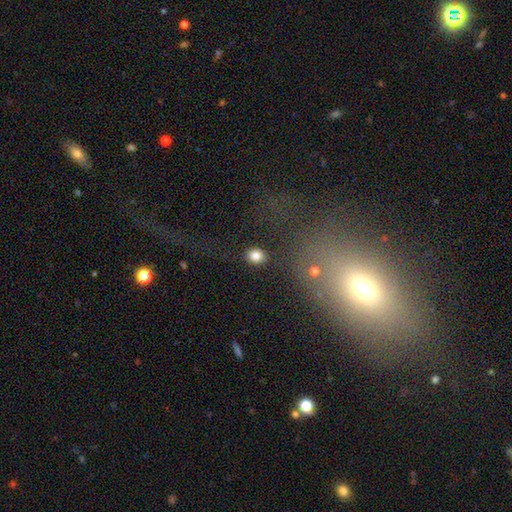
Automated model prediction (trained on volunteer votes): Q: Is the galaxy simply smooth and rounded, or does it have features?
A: smooth — 83%.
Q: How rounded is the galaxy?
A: round — 60%.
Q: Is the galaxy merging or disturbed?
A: none — 86%.